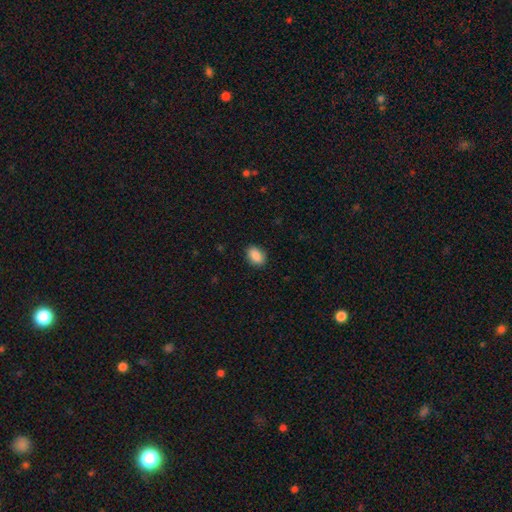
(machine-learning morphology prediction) smooth 89%, star or artifact 7%, featured or disk 4%. Down the decision tree: how rounded — in between (84%); merging — none (88%).